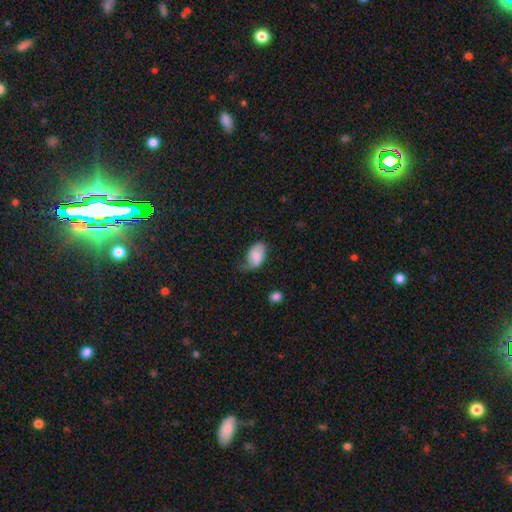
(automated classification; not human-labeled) Q: Smooth or featured?
A: smooth (68%); runner-up: featured or disk (25%)
Q: How rounded?
A: in between (90%); runner-up: round (8%)
Q: Merging?
A: minor disturbance (39%); runner-up: none (37%)